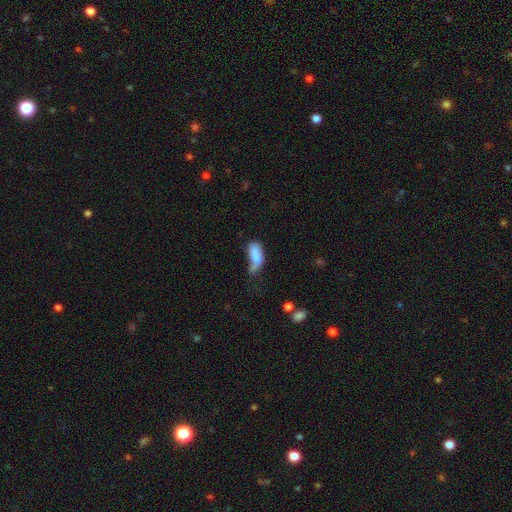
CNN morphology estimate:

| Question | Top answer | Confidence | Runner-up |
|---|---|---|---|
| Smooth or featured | smooth | 77% | featured or disk (14%) |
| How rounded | in between | 84% | cigar-shaped (12%) |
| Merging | minor disturbance | 31% | major disturbance (29%) |